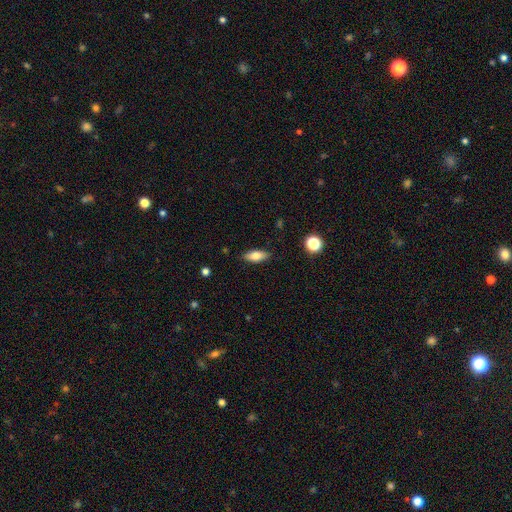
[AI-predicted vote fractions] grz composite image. It shows a smooth galaxy with no disk features (75%) that is in between round and cigar-shaped (78%). Merging: none (86%).